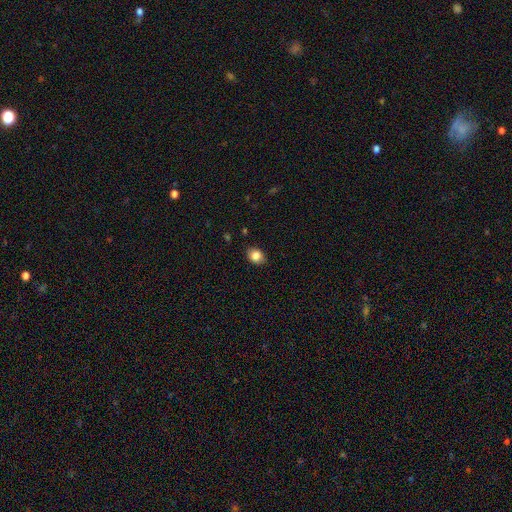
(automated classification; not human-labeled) A smooth galaxy with no disk features (85%) that is in between round and cigar-shaped (56%). Merging: none (85%).